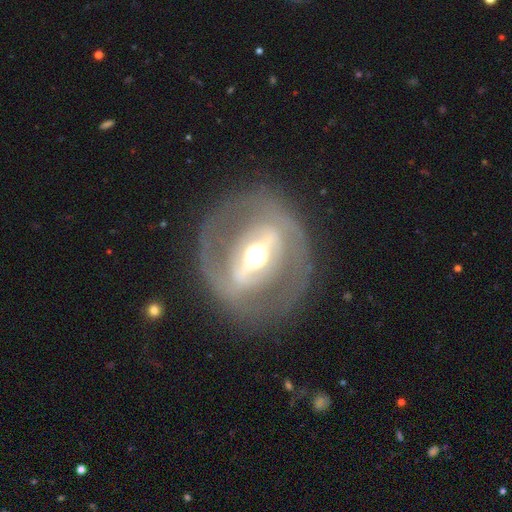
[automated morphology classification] Q: Smooth or featured?
A: featured or disk (79%); runner-up: smooth (14%)
Q: Edge-on disk?
A: no (81%); runner-up: yes (19%)
Q: Bar?
A: strong (74%); runner-up: weak (16%)
Q: Spiral arms?
A: no (70%); runner-up: yes (30%)
Q: Bulge size?
A: moderate (62%); runner-up: large (24%)
Q: Merging?
A: none (78%); runner-up: minor disturbance (11%)